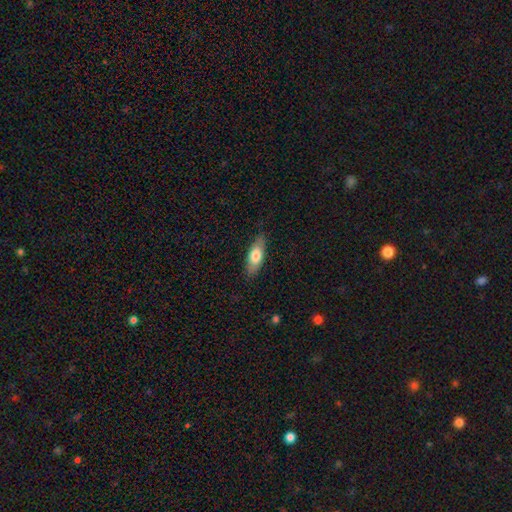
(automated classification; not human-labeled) Smooth or featured? smooth (73%)
How rounded? in between (73%)
Merging? none (83%)